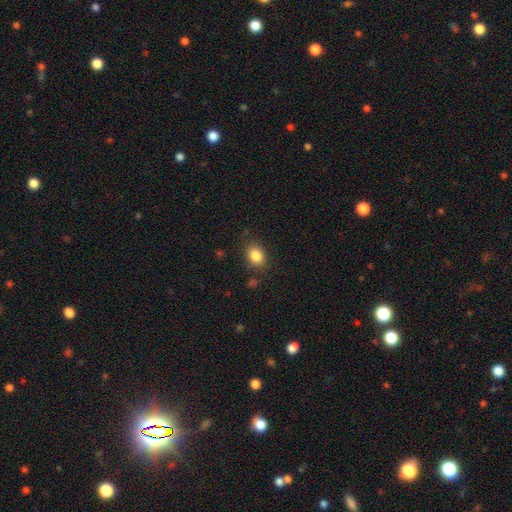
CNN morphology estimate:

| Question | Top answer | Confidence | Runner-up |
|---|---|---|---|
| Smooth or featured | smooth | 85% | star or artifact (10%) |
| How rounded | in between | 59% | round (40%) |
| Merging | none | 81% | minor disturbance (13%) |